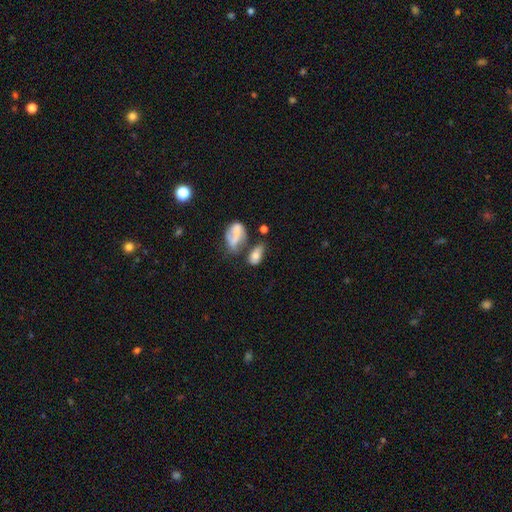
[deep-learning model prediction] This is likely a smooth galaxy (68%). How rounded: clearly in between (87%). Merging: marginally none (38%).